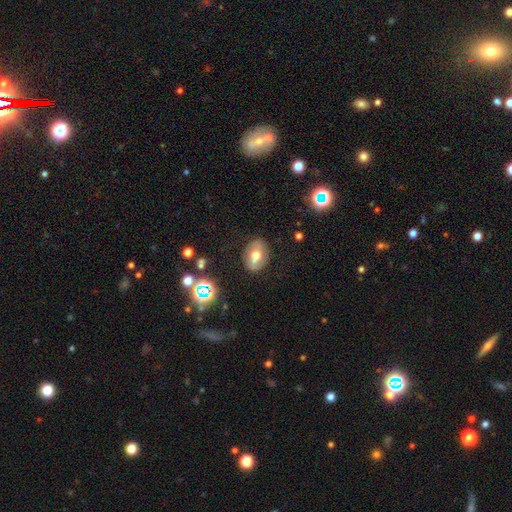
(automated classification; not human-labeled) Morphology: type=smooth (50%); merging=none (79%).